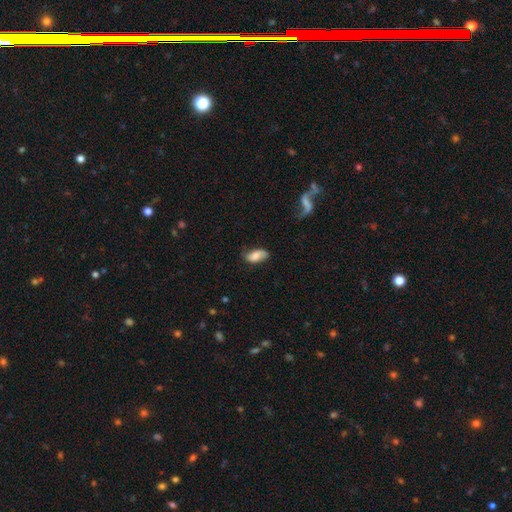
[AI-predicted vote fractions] Smooth or featured: smooth — 64% (featured or disk — 29%)
How rounded: in between — 92% (round — 4%)
Merging: none — 66% (minor disturbance — 25%)